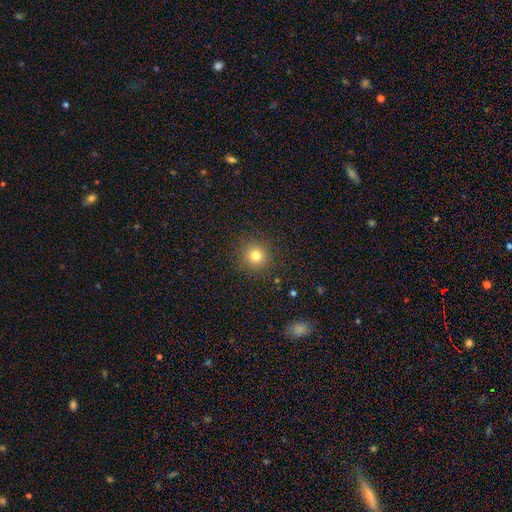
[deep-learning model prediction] smooth-or-featured: smooth: 78% | star or artifact: 15% | featured or disk: 7%
  how-rounded: round: 94% | in between: 5% | cigar-shaped: 1%
  merging: none: 89% | minor disturbance: 7% | major disturbance: 3% | merger: 1%